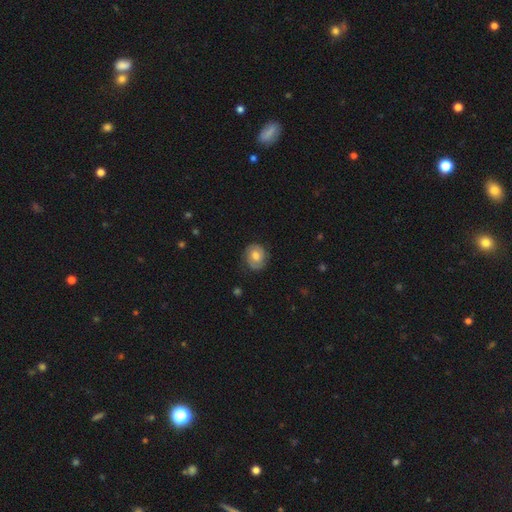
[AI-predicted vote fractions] smooth 50%, featured or disk 42%, star or artifact 8%. Down the decision tree: how rounded — round (74%); merging — none (80%).